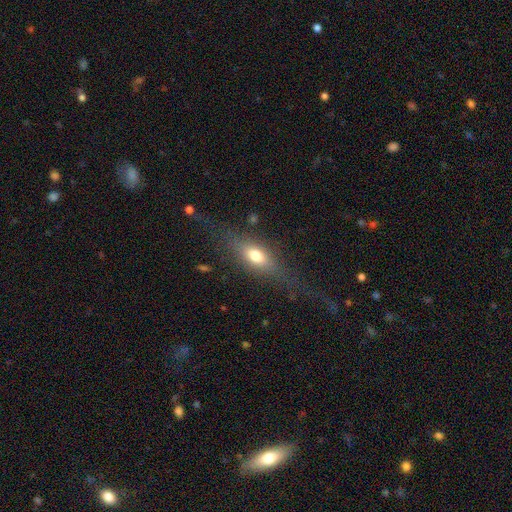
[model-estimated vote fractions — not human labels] Smooth or featured: smooth — 66% (featured or disk — 25%)
How rounded: in between — 70% (cigar-shaped — 23%)
Merging: none — 67% (minor disturbance — 17%)